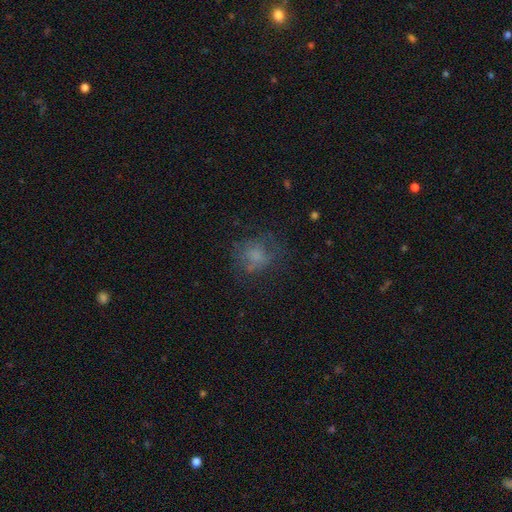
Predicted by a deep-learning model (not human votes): This appears to be a smooth galaxy with no disk features (59%) that is round (71%). Merging: none (58%).